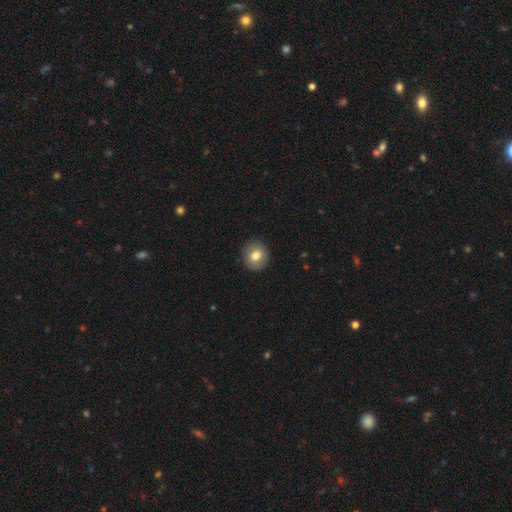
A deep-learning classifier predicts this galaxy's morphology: smooth_or_featured: smooth (p=0.75) [alt: featured or disk p=0.18]
how_rounded: round (p=0.82) [alt: in between p=0.17]
merging: none (p=0.87) [alt: minor disturbance p=0.10]